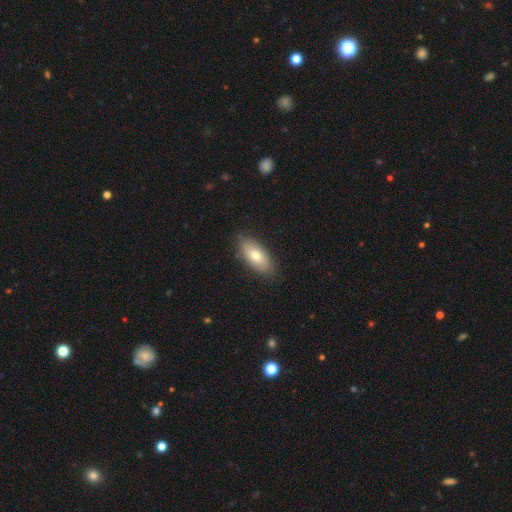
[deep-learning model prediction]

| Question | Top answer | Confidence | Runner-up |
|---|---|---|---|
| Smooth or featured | smooth | 72% | featured or disk (21%) |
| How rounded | in between | 88% | cigar-shaped (9%) |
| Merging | none | 86% | minor disturbance (11%) |